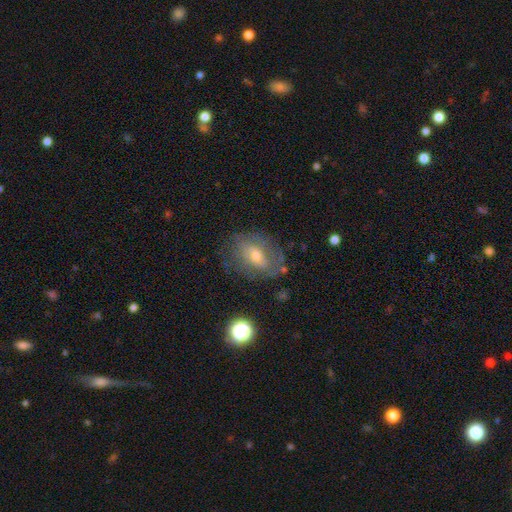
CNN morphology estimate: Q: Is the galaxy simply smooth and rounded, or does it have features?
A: featured or disk — 55%.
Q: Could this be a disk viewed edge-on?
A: no — 94%.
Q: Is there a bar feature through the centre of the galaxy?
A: no — 55%.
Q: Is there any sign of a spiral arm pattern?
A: yes — 61%.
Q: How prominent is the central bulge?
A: moderate — 51%.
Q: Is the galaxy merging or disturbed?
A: none — 64%.